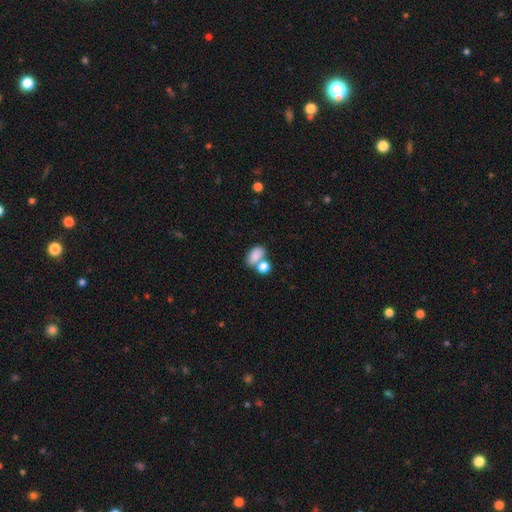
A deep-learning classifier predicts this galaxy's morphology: This appears to be a smooth galaxy with no disk features (82%) that is in between round and cigar-shaped (85%). Merging: merger (44%).